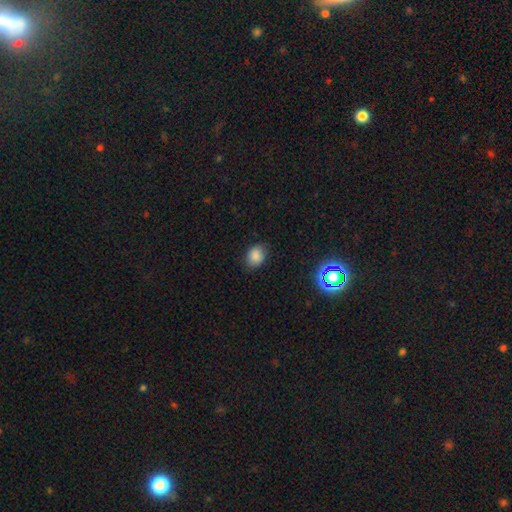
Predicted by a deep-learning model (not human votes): Overall: smooth (85%). How rounded: in between (54%; round 45%). Merging: none (82%).